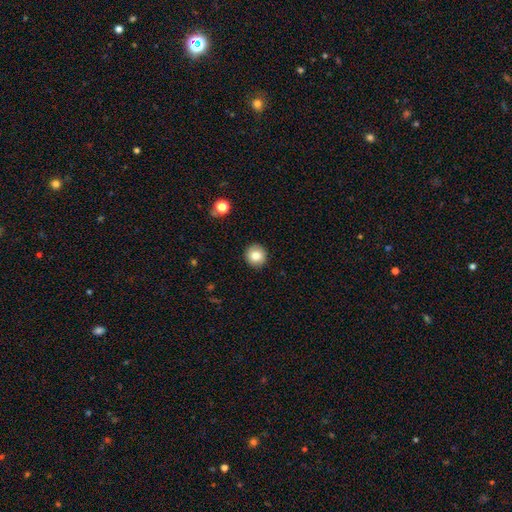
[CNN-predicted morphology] Smooth or featured?
  - smooth: 82% *
  - star or artifact: 10%
  - featured or disk: 8%
How rounded?
  - round: 93% *
  - in between: 6%
  - cigar-shaped: 1%
Merging?
  - none: 91% *
  - minor disturbance: 6%
  - major disturbance: 2%
  - merger: 1%